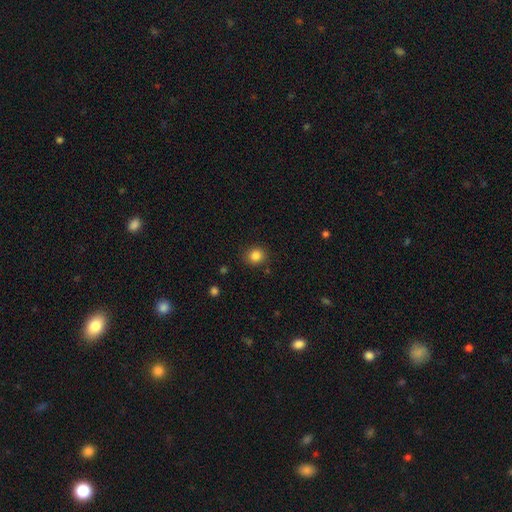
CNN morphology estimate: smooth 85%, star or artifact 11%, featured or disk 5%. Down the decision tree: how rounded — round (79%); merging — none (85%).